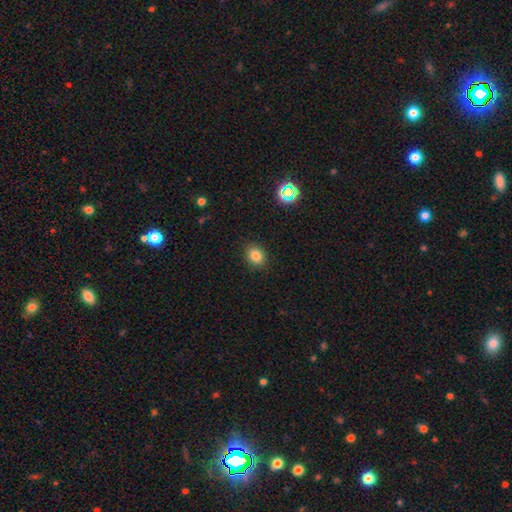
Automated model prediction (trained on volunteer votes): Smooth or featured? smooth (81%)
How rounded? round (52%)
Merging? none (88%)